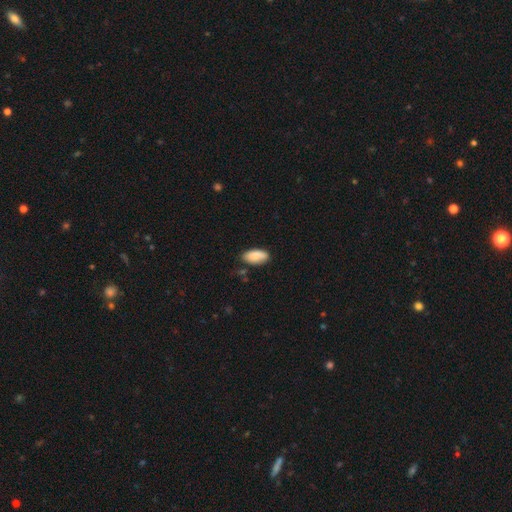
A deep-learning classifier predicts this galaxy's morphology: This appears to be a smooth galaxy with no disk features (85%) that is in between round and cigar-shaped (93%). Merging: none (72%).